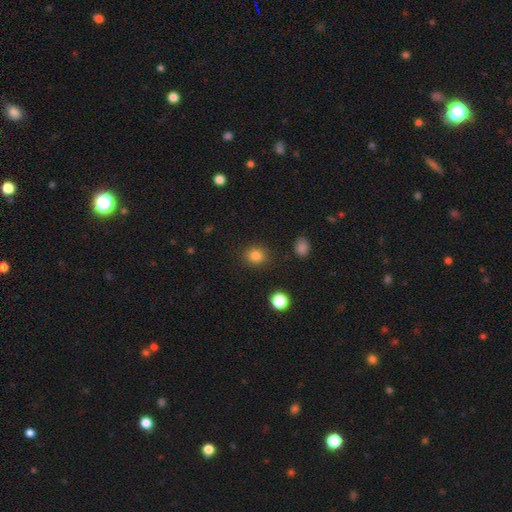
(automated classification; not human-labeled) This appears to be a smooth galaxy with no disk features (84%) that is round (82%). Merging: none (89%).